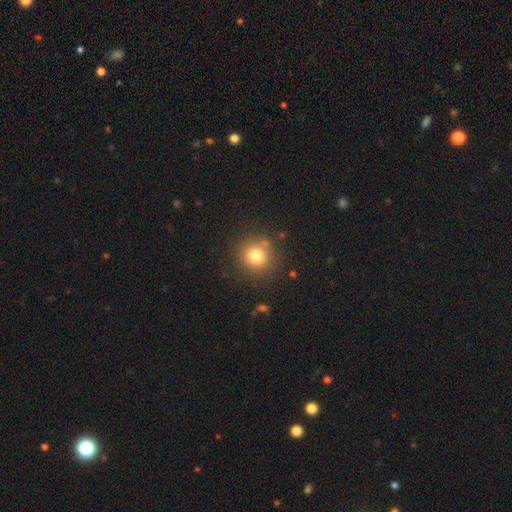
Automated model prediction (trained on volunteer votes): A smooth galaxy with no disk features (78%) that is round (92%).

Vote fractions:
- Smooth or featured? smooth: 78% / star or artifact: 14% / featured or disk: 8%
- How rounded? round: 92% / in between: 7% / cigar-shaped: 1%
- Merging? none: 84% / minor disturbance: 9% / merger: 4% / major disturbance: 3%